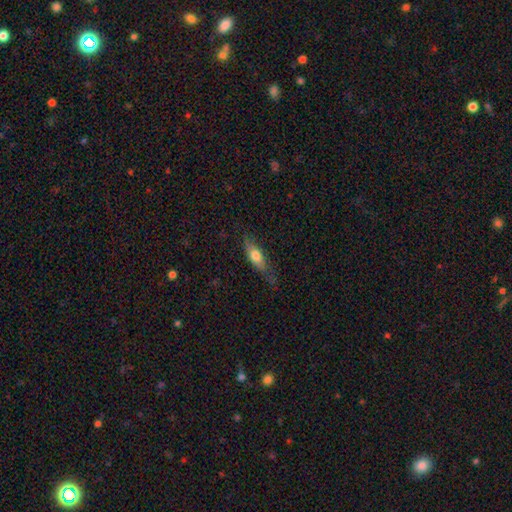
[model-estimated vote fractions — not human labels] Smooth or featured? Predicted: smooth (p=0.65). How rounded? Predicted: in between (p=0.57). Merging? Predicted: none (p=0.64).